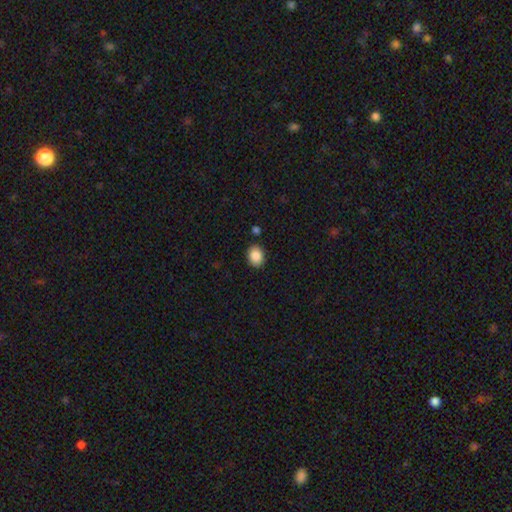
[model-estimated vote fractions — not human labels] smooth 88%, star or artifact 8%, featured or disk 4%. Down the decision tree: how rounded — in between (52%); merging — none (86%).